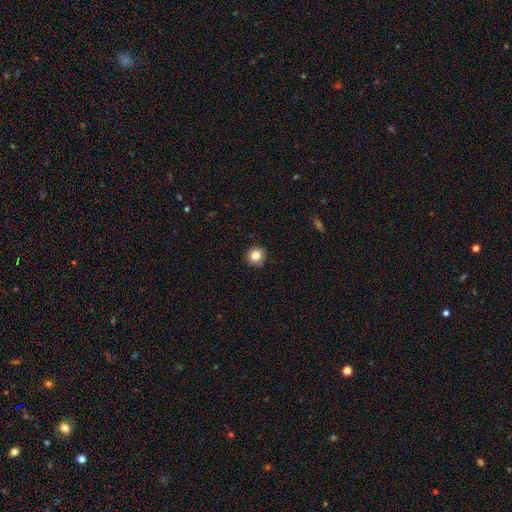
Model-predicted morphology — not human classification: smooth 82%, star or artifact 11%, featured or disk 7%. Down the decision tree: how rounded — round (93%); merging — none (91%).